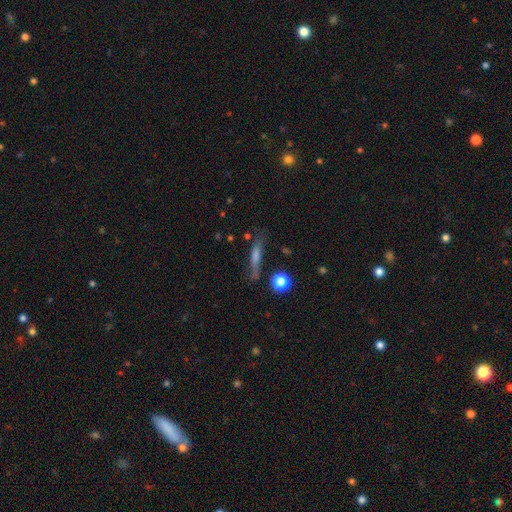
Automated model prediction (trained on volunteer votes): This is marginally a smooth galaxy (45%). Merging: likely none (69%).